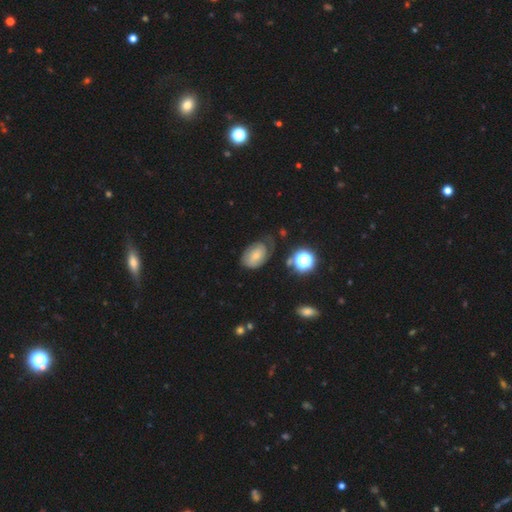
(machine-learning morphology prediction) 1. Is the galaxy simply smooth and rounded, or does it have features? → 49% featured or disk, 40% smooth, 11% star or artifact.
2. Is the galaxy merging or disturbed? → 47% none, 29% minor disturbance, 20% major disturbance, 3% merger.